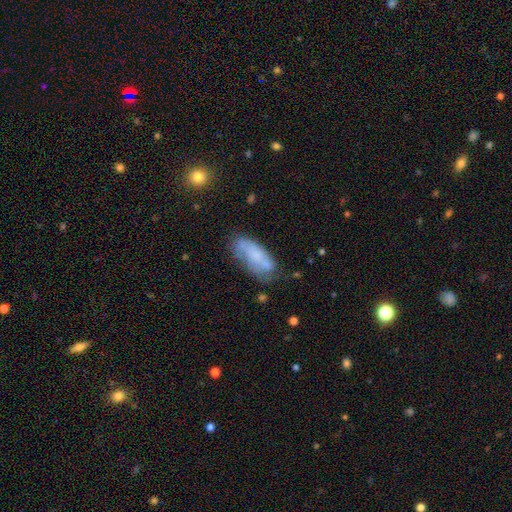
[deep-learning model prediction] Smooth or featured?
  - smooth: 57% *
  - featured or disk: 34%
  - star or artifact: 9%
How rounded?
  - in between: 78% *
  - cigar-shaped: 20%
  - round: 2%
Merging?
  - none: 53% *
  - minor disturbance: 28%
  - major disturbance: 11%
  - merger: 7%